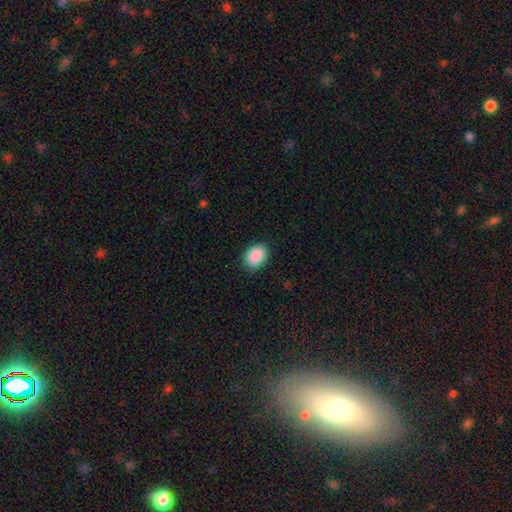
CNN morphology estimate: Smooth or featured? Predicted: smooth (p=0.91). How rounded? Predicted: in between (p=0.76). Merging? Predicted: none (p=0.87).